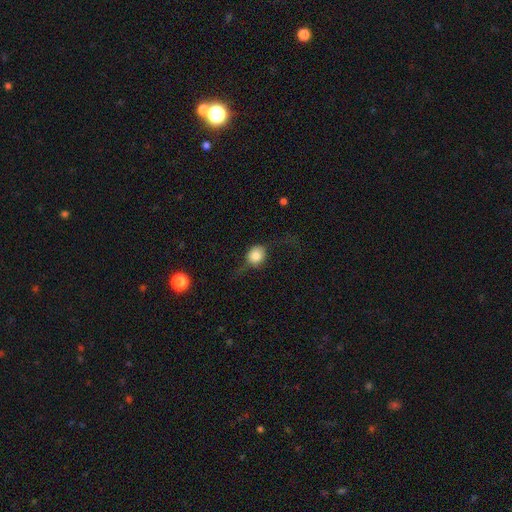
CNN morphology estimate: A smooth galaxy with no disk features (70%) that is round (77%). Merging: none (51%).